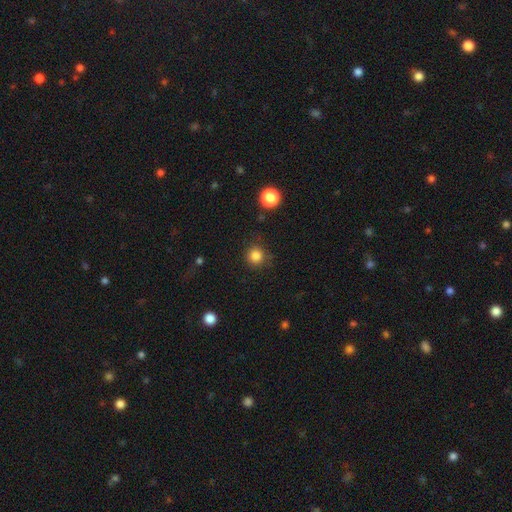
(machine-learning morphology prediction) Overall: smooth (84%). How rounded: round (94%). Merging: none (84%).